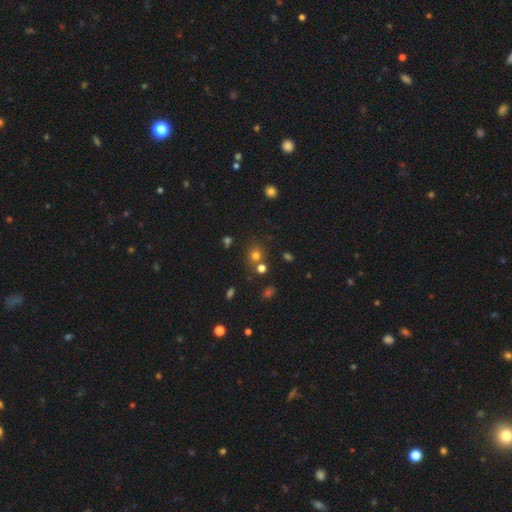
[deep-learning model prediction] smooth_or_featured: smooth (p=0.69) [alt: star or artifact p=0.21]
how_rounded: round (p=0.81) [alt: in between p=0.18]
merging: none (p=0.68) [alt: merger p=0.18]